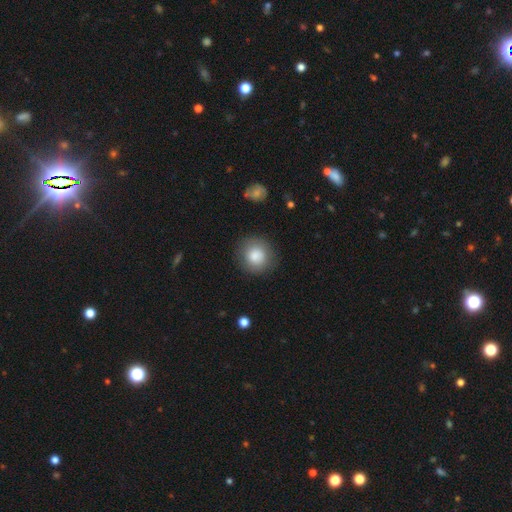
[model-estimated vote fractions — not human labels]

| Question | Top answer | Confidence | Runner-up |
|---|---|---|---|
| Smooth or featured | smooth | 84% | featured or disk (8%) |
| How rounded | round | 90% | in between (9%) |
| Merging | none | 85% | minor disturbance (10%) |